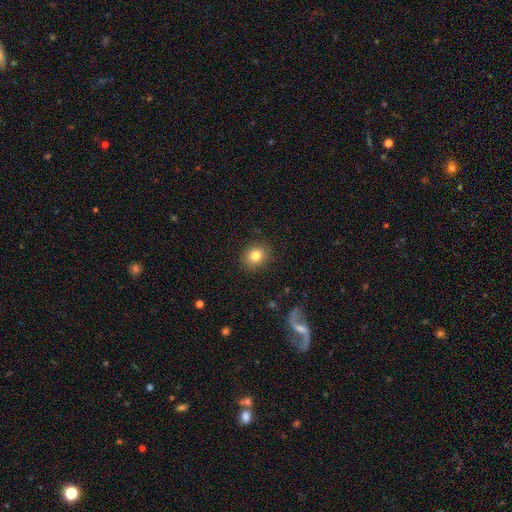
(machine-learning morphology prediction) This appears to be a smooth galaxy with no disk features (81%) that is round (76%). Merging: none (89%).